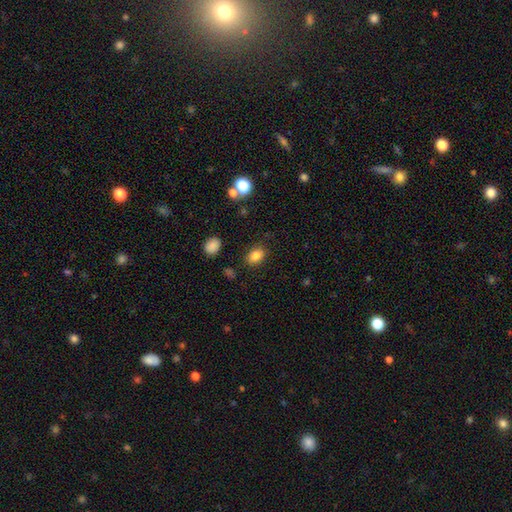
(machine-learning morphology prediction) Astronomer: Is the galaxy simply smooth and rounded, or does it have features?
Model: smooth — 84%.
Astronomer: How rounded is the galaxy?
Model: in between — 78%.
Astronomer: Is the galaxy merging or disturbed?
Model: none — 83%.